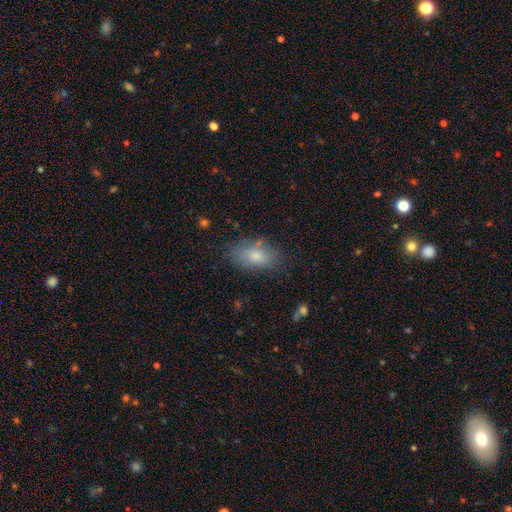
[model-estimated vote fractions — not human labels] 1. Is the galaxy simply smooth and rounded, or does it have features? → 79% smooth, 12% featured or disk, 8% star or artifact.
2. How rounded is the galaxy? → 90% in between, 7% round, 4% cigar-shaped.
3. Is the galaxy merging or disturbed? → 73% none, 18% minor disturbance, 5% major disturbance, 3% merger.